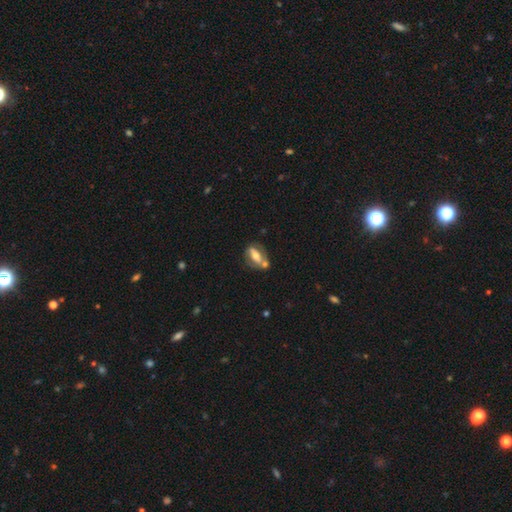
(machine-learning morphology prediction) smooth-or-featured: featured or disk: 52% | smooth: 41% | star or artifact: 8%
  disk-edge-on: no: 77% | yes: 23%
  merging: none: 49% | merger: 27% | minor disturbance: 17% | major disturbance: 7%